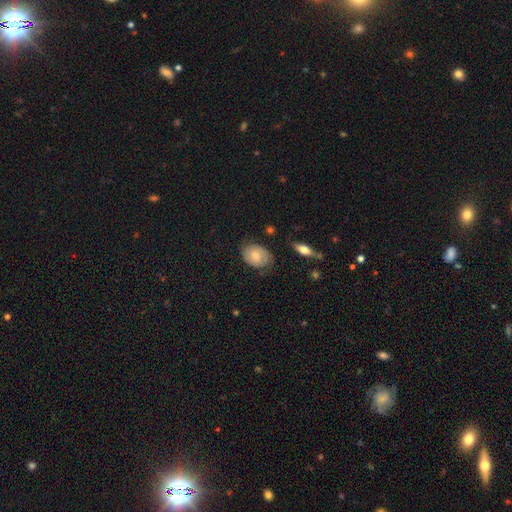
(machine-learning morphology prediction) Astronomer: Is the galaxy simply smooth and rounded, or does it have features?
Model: smooth — 53% (runner-up: featured or disk, 40%).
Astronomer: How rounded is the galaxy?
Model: in between — 71%.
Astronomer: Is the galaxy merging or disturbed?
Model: none — 72%.